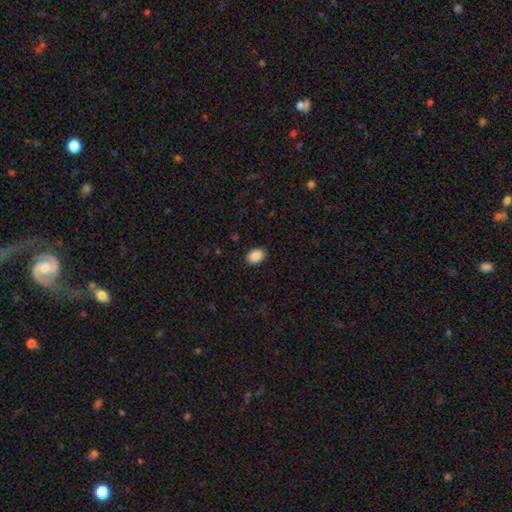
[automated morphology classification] smooth 89%, star or artifact 8%, featured or disk 3%. Down the decision tree: how rounded — in between (80%); merging — none (88%).